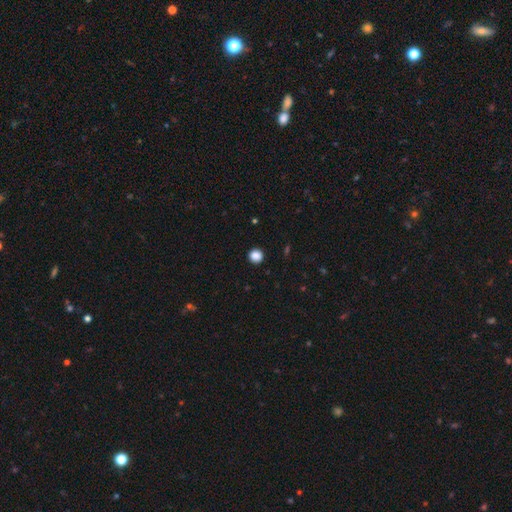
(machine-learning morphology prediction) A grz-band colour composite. It shows a smooth galaxy with no disk features (87%) that is round (92%). Merging: none (92%).